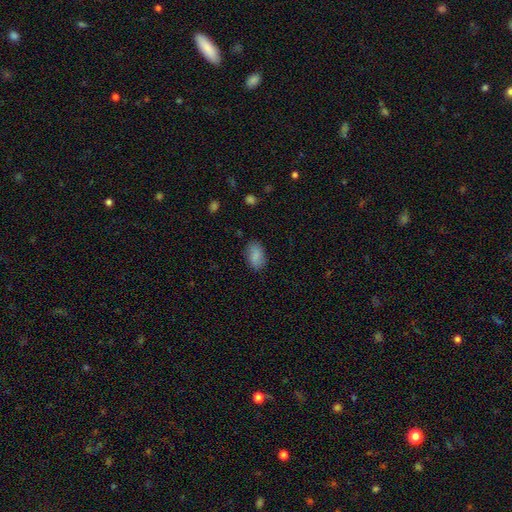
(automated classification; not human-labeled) Smooth or featured? smooth (87%)
How rounded? in between (92%)
Merging? none (83%)